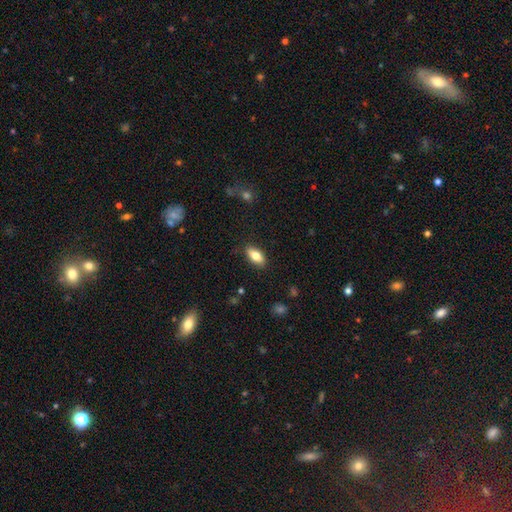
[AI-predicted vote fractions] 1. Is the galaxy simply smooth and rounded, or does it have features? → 76% smooth, 17% featured or disk, 7% star or artifact.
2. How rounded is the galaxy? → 86% in between, 11% cigar-shaped, 3% round.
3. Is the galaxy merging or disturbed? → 86% none, 11% minor disturbance, 2% major disturbance, 1% merger.